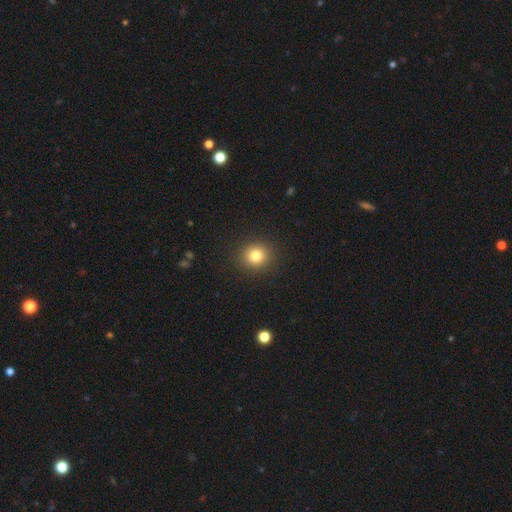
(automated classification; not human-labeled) smooth_or_featured: smooth (p=0.80) [alt: star or artifact p=0.13]
how_rounded: round (p=0.86) [alt: in between p=0.13]
merging: none (p=0.91) [alt: minor disturbance p=0.06]